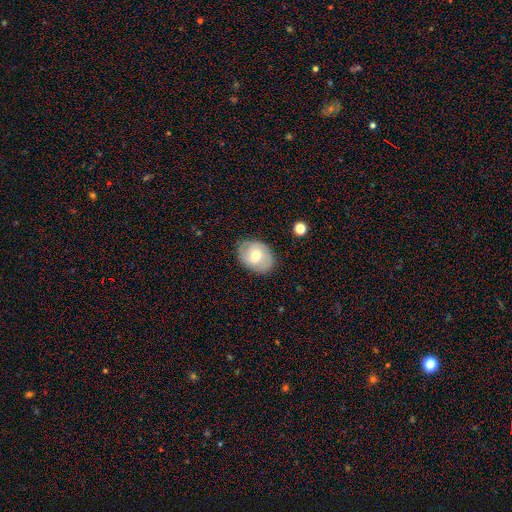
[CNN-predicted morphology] A smooth galaxy with no disk features (51%) that is in between round and cigar-shaped (62%).

Vote fractions:
- Smooth or featured? smooth: 51% / featured or disk: 41% / star or artifact: 8%
- How rounded? in between: 62% / round: 37% / cigar-shaped: 1%
- Merging? none: 79% / minor disturbance: 15% / major disturbance: 4% / merger: 1%